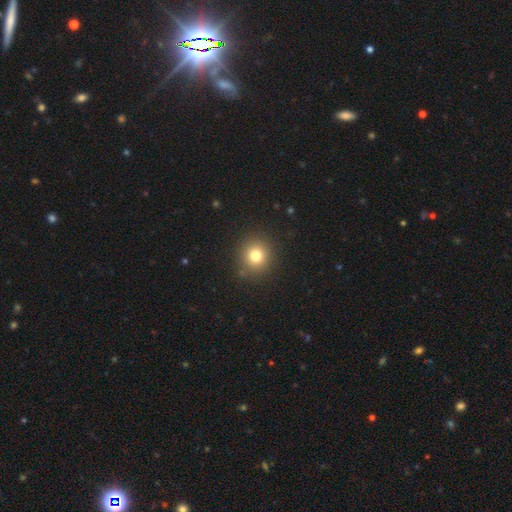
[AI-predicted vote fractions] A smooth galaxy with no disk features (78%) that is round (89%).

Vote fractions:
- Smooth or featured? smooth: 78% / star or artifact: 14% / featured or disk: 8%
- How rounded? round: 89% / in between: 10% / cigar-shaped: 1%
- Merging? none: 88% / minor disturbance: 8% / major disturbance: 3% / merger: 2%